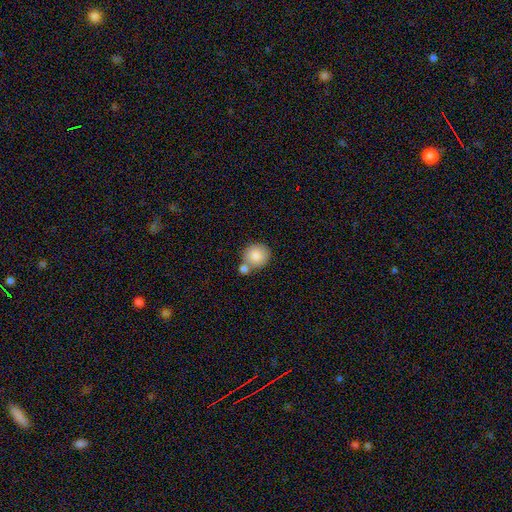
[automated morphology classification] smooth 83%, featured or disk 9%, star or artifact 8%. Down the decision tree: how rounded — round (86%); merging — none (57%).